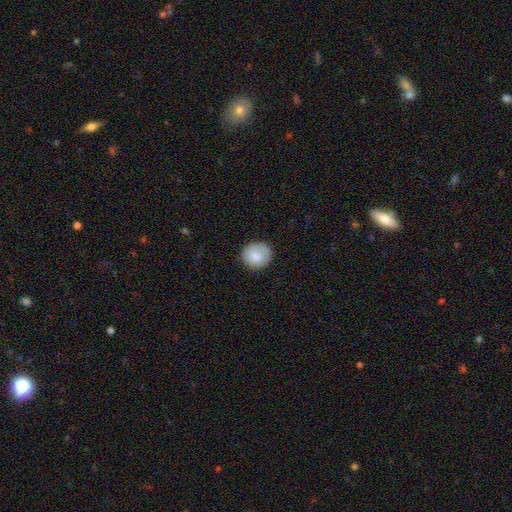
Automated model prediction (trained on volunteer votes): smooth_or_featured: smooth (p=0.81) [alt: featured or disk p=0.12]
how_rounded: round (p=0.85) [alt: in between p=0.14]
merging: none (p=0.82) [alt: minor disturbance p=0.13]